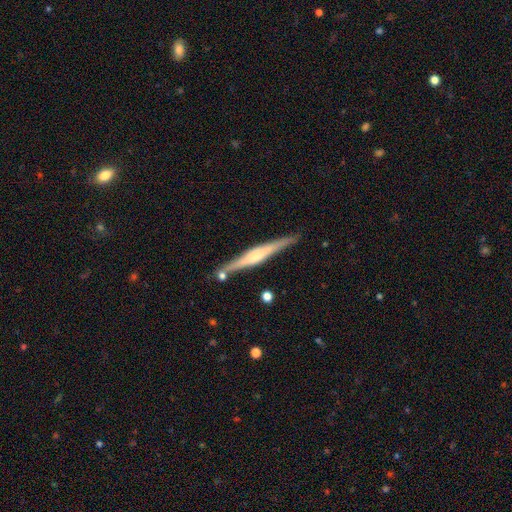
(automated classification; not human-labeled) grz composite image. It shows a featured or disk galaxy (71%) viewed edge-on (98%) with a rounded central bulge (61%). Merging: none (85%).